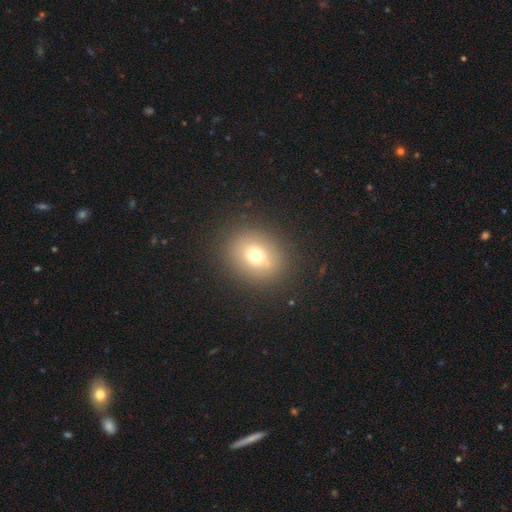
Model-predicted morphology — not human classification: Q: Smooth or featured?
A: smooth (70%); runner-up: star or artifact (15%)
Q: How rounded?
A: round (70%); runner-up: in between (29%)
Q: Merging?
A: none (87%); runner-up: minor disturbance (8%)